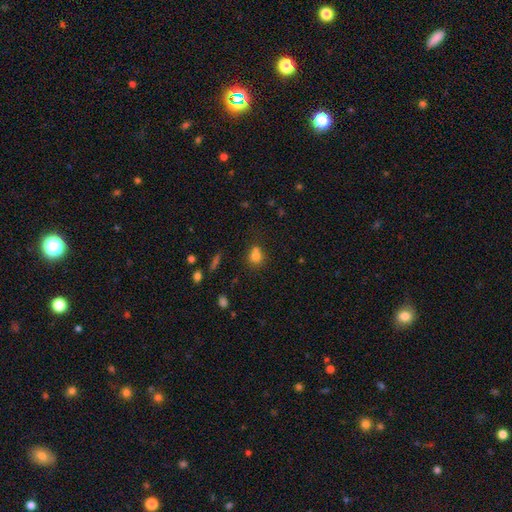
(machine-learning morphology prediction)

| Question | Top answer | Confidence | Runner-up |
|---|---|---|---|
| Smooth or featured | smooth | 74% | star or artifact (14%) |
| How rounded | round | 76% | in between (22%) |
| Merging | none | 47% | merger (38%) |